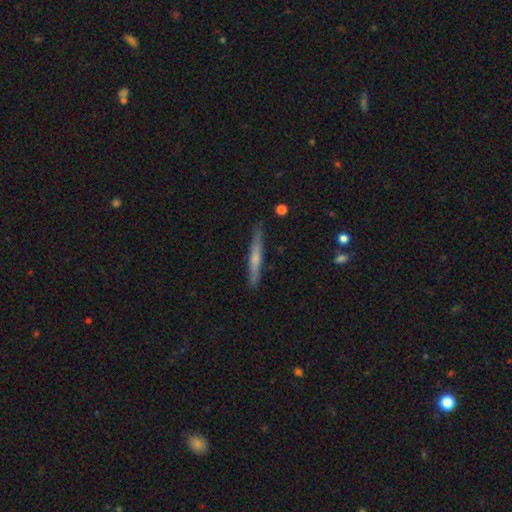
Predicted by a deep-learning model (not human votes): Smooth or featured?
  - featured or disk: 49% *
  - smooth: 45%
  - star or artifact: 6%
Merging?
  - none: 88% *
  - minor disturbance: 9%
  - major disturbance: 2%
  - merger: 1%